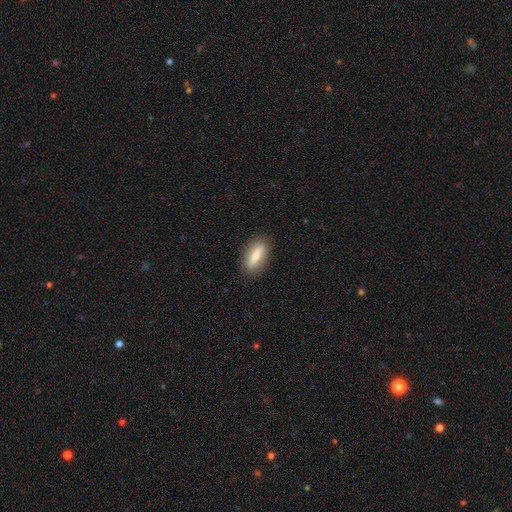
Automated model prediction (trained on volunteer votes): Q: Smooth or featured?
A: smooth (65%); runner-up: featured or disk (28%)
Q: How rounded?
A: in between (63%); runner-up: cigar-shaped (34%)
Q: Merging?
A: none (86%); runner-up: minor disturbance (10%)